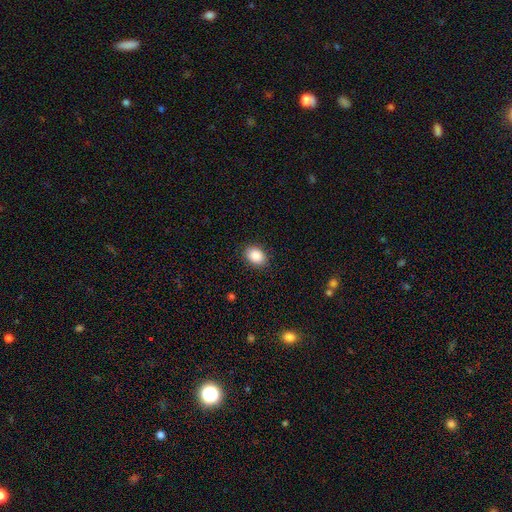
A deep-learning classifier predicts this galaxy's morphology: The model was most divided on "how rounded": in between: 72%, round: 27%, cigar-shaped: 1%. More confident: smooth or featured — smooth (89%); merging — none (87%).